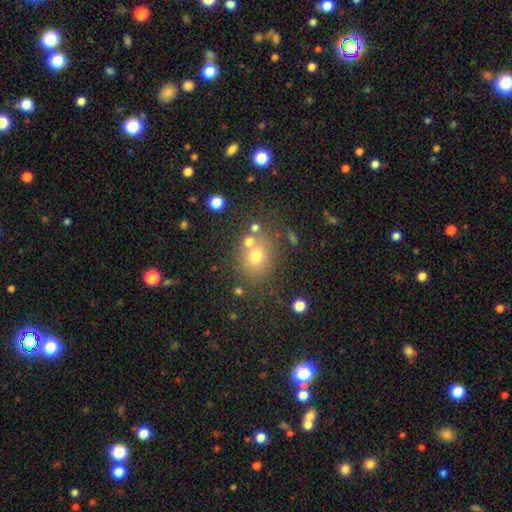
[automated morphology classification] This is likely a smooth galaxy (68%). How rounded: likely round (70%). Merging: likely none (64%).